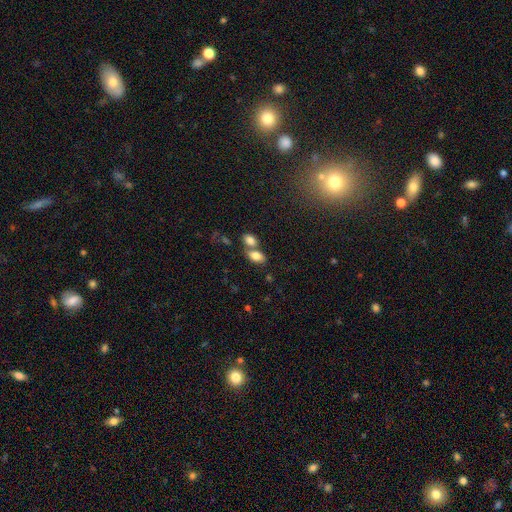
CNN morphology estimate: smooth_or_featured: smooth (p=0.80) [alt: featured or disk p=0.11]
how_rounded: in between (p=0.89) [alt: round p=0.08]
merging: merger (p=0.50) [alt: none p=0.38]